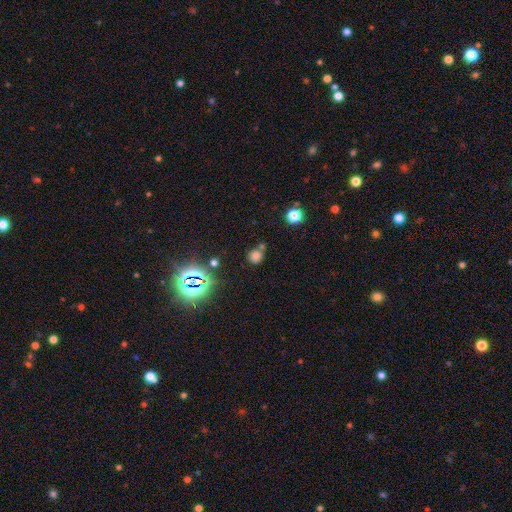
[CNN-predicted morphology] Q: Smooth or featured?
A: smooth (66%); runner-up: star or artifact (26%)
Q: How rounded?
A: round (86%); runner-up: in between (13%)
Q: Merging?
A: none (64%); runner-up: merger (22%)